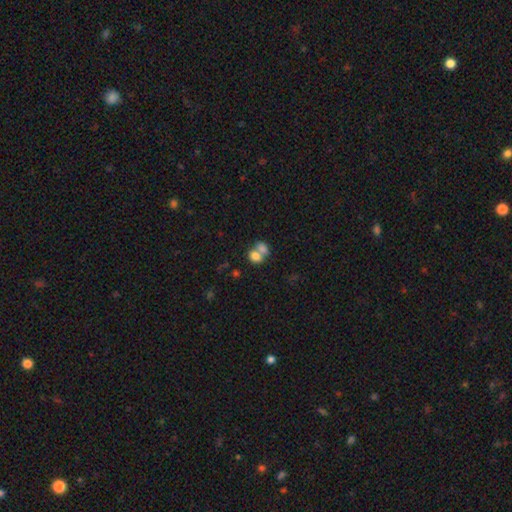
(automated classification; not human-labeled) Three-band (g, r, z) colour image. It shows a smooth galaxy with no disk features (78%) that is in between round and cigar-shaped (60%). Merging: merger (67%).